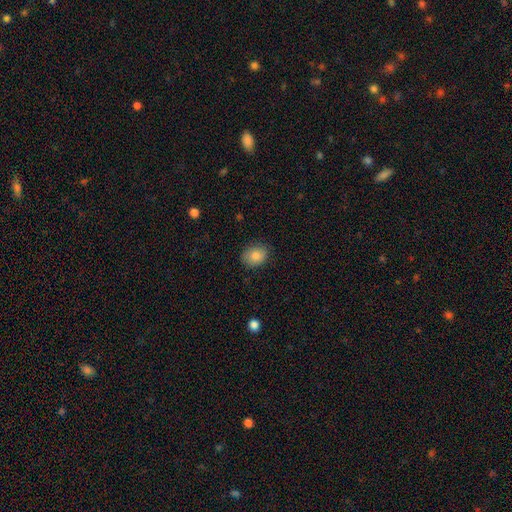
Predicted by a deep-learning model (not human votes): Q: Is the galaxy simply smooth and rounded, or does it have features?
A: smooth — 85%.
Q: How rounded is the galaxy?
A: round — 50%.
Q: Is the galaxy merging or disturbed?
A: none — 83%.